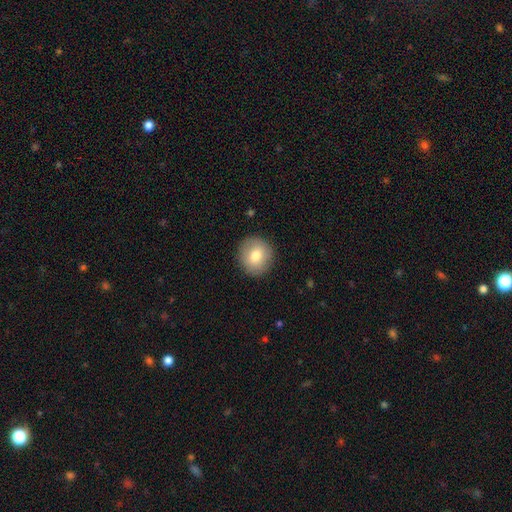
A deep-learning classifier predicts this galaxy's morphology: smooth_or_featured: smooth (p=0.77) [alt: featured or disk p=0.15]
how_rounded: round (p=0.90) [alt: in between p=0.09]
merging: none (p=0.90) [alt: minor disturbance p=0.07]